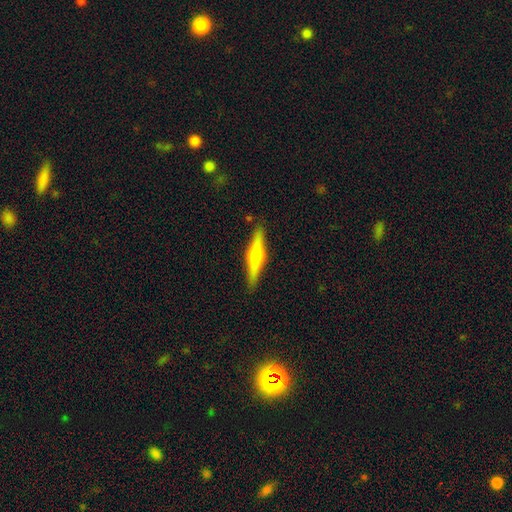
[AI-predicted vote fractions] The model was most divided on "smooth or featured": featured or disk: 64%, smooth: 30%, star or artifact: 6%. More confident: edge-on disk — yes (97%); edge-on bulge — rounded (93%); merging — none (89%).